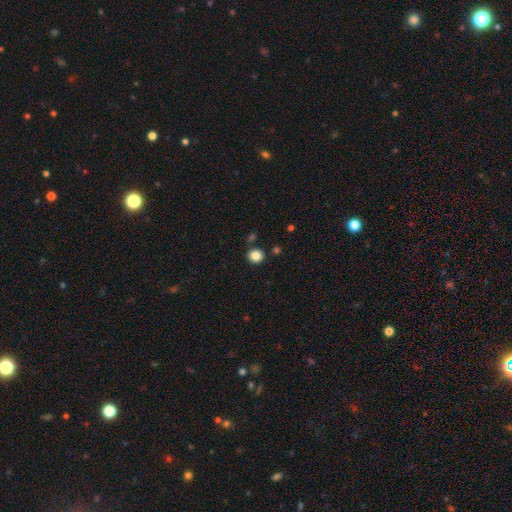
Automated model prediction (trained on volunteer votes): Overall: smooth (84%). How rounded: round (89%). Merging: none (85%).